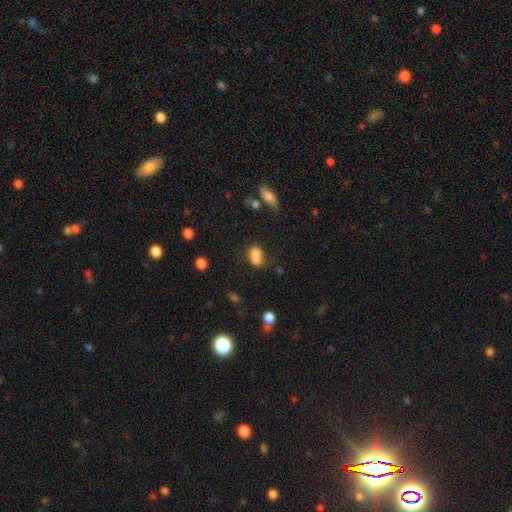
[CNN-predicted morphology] This appears to be a smooth galaxy with no disk features (78%) that is in between round and cigar-shaped (75%). Merging: none (36%).